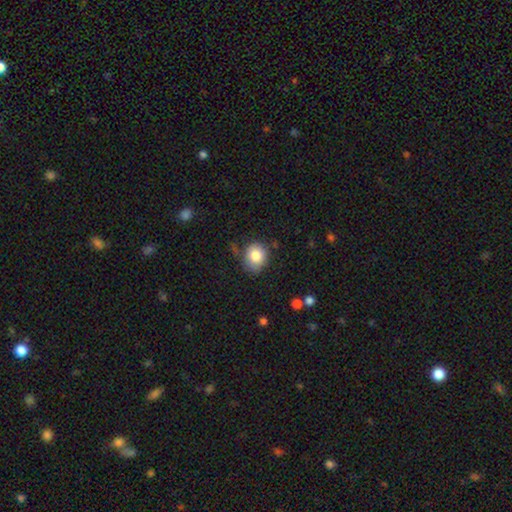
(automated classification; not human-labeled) The model was most divided on "how rounded": round: 68%, in between: 31%, cigar-shaped: 1%. More confident: smooth or featured — smooth (81%); merging — none (71%).